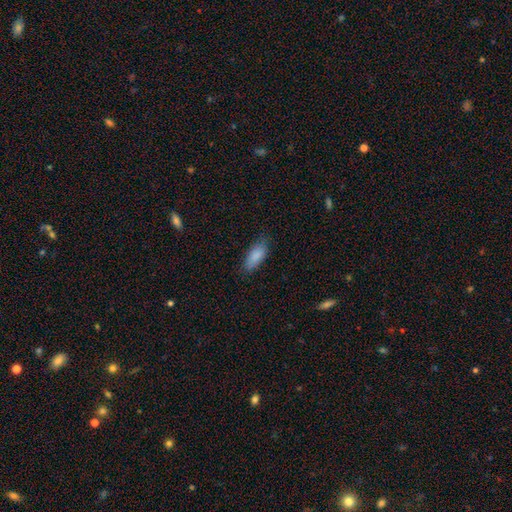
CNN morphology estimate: Overall: smooth (87%). How rounded: in between (81%). Merging: none (79%).